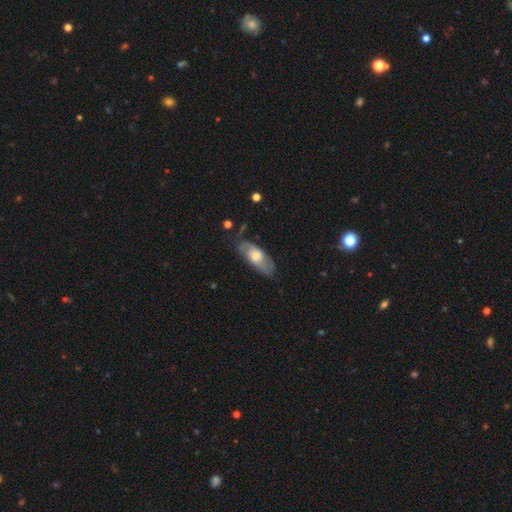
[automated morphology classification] Smooth or featured?
  - featured or disk: 54% *
  - smooth: 40%
  - star or artifact: 6%
Edge-on disk?
  - no: 80% *
  - yes: 20%
Merging?
  - none: 66% *
  - minor disturbance: 23%
  - major disturbance: 9%
  - merger: 2%